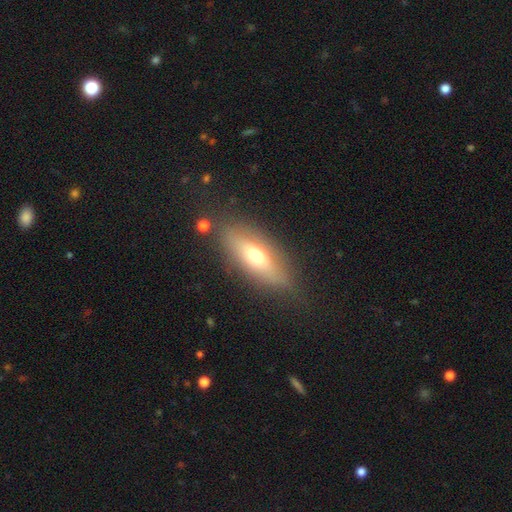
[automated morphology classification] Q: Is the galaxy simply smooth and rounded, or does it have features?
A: smooth — 54%.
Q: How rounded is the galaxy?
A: in between — 60%.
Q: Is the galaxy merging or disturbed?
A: none — 78%.